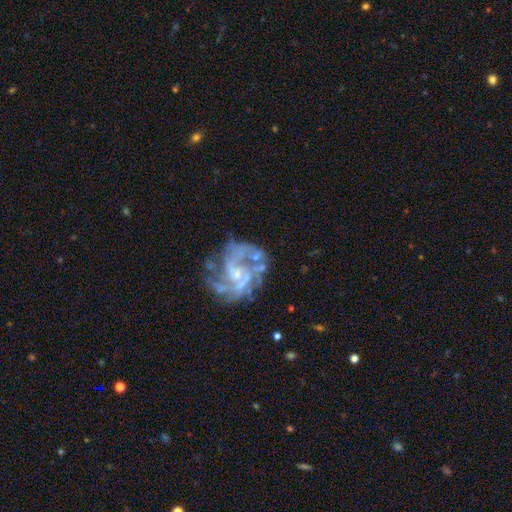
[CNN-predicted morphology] smooth_or_featured: featured or disk (p=0.88) [alt: star or artifact p=0.07]
disk_edge_on: no (p=0.98) [alt: yes p=0.02]
bar: no (p=0.54) [alt: weak p=0.37]
has_spiral_arms: yes (p=0.94) [alt: no p=0.06]
spiral_winding: medium (p=0.51) [alt: tight p=0.31]
spiral_arm_count: 2 (p=0.36) [alt: 3 p=0.26]
bulge_size: small (p=0.57) [alt: moderate p=0.21]
merging: none (p=0.58) [alt: minor disturbance p=0.19]